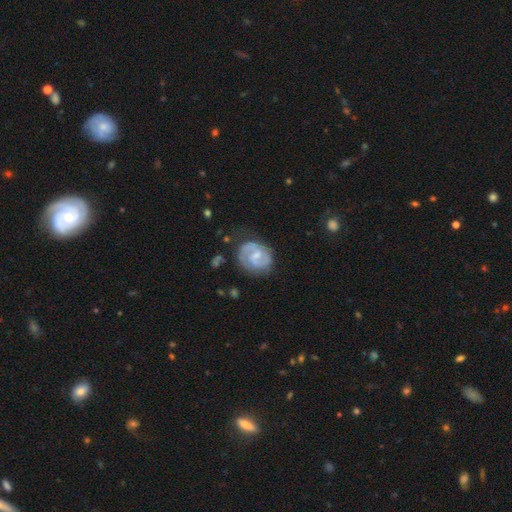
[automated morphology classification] Smooth or featured: featured or disk — 77% (smooth — 18%)
Edge-on disk: no — 98% (yes — 2%)
Bar: weak — 57% (no — 29%)
Spiral arms: yes — 91% (no — 9%)
Spiral winding: medium — 50% (tight — 31%)
Spiral arm count: 2 — 82% (can't tell — 10%)
Bulge size: small — 48% (moderate — 37%)
Merging: none — 67% (minor disturbance — 21%)